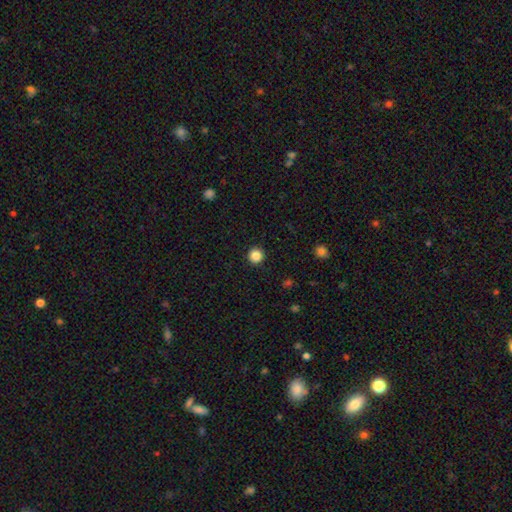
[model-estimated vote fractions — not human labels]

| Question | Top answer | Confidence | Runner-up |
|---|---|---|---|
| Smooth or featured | smooth | 85% | star or artifact (11%) |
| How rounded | round | 95% | in between (4%) |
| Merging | none | 93% | minor disturbance (5%) |